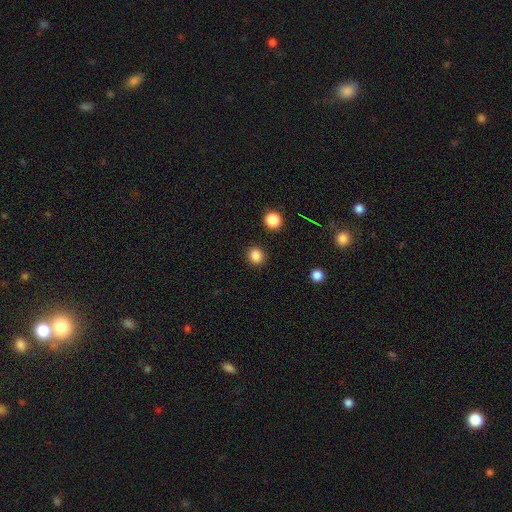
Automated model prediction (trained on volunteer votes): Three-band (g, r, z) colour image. It shows a smooth galaxy with no disk features (85%) that is round (83%). Merging: none (90%).